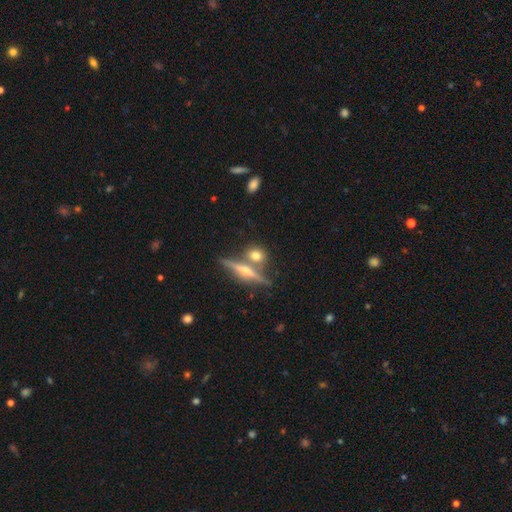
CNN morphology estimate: The model was most divided on "smooth or featured": smooth: 51%, featured or disk: 38%, star or artifact: 11%. More confident: merging — none (63%); how rounded — round (62%).